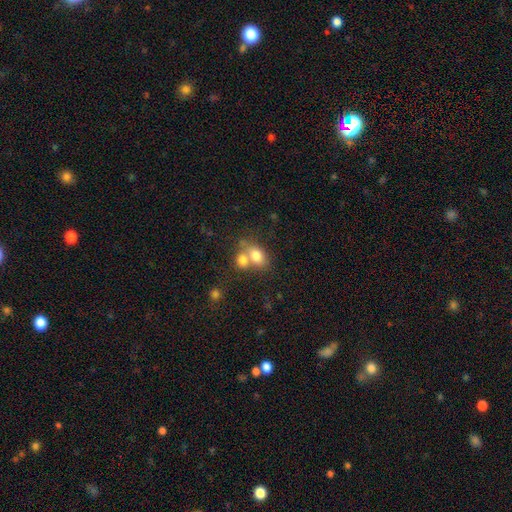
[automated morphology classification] Smooth or featured? smooth (77%)
How rounded? in between (73%)
Merging? merger (55%)